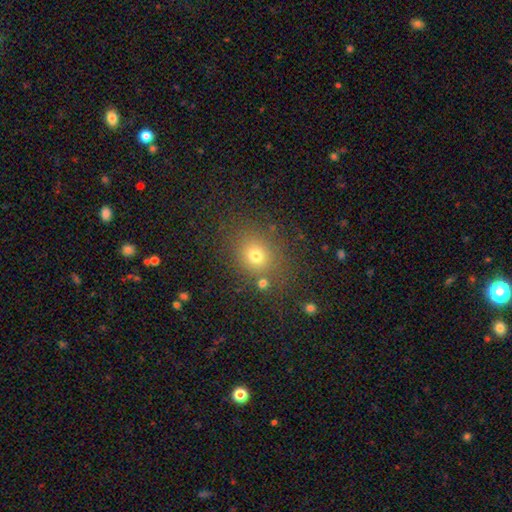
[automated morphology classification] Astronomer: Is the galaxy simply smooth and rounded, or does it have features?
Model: smooth — 72%.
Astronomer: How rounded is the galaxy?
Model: round — 71%.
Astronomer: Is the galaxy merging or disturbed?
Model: none — 78%.